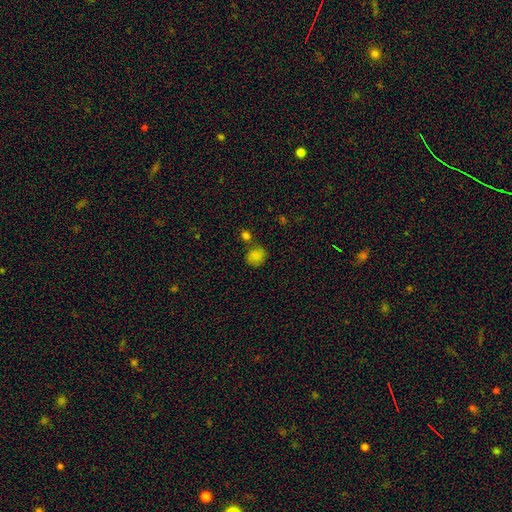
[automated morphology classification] Smooth or featured?
  - smooth: 81% *
  - star or artifact: 13%
  - featured or disk: 6%
How rounded?
  - round: 79% *
  - in between: 20%
  - cigar-shaped: 1%
Merging?
  - none: 64% *
  - merger: 17%
  - minor disturbance: 15%
  - major disturbance: 5%